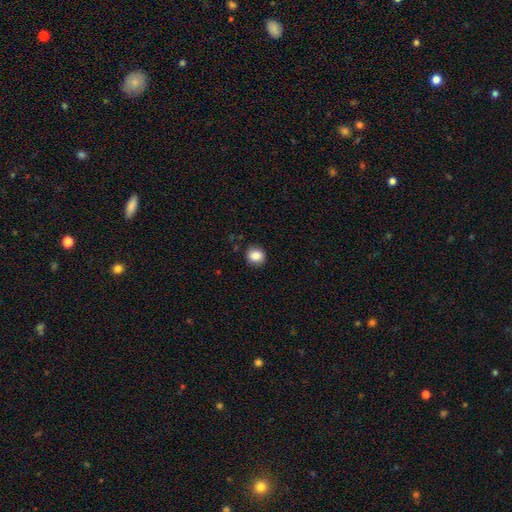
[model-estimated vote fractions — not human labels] This appears to be a smooth galaxy with no disk features (86%) that is round (85%). Merging: none (88%).